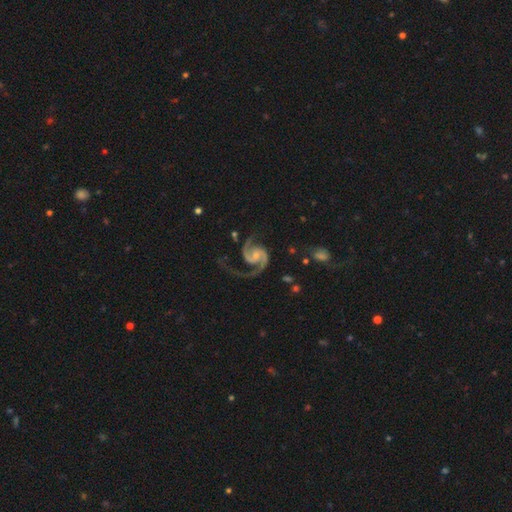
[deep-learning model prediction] Smooth or featured? Predicted: featured or disk (p=0.94). Edge-on disk? Predicted: no (p=0.98). Bar? Predicted: no (p=0.53). Spiral arms? Predicted: yes (p=0.99). Spiral winding? Predicted: medium (p=0.62). Spiral arm count? Predicted: 2 (p=0.93). Bulge size? Predicted: small (p=0.57). Merging? Predicted: none (p=0.68).